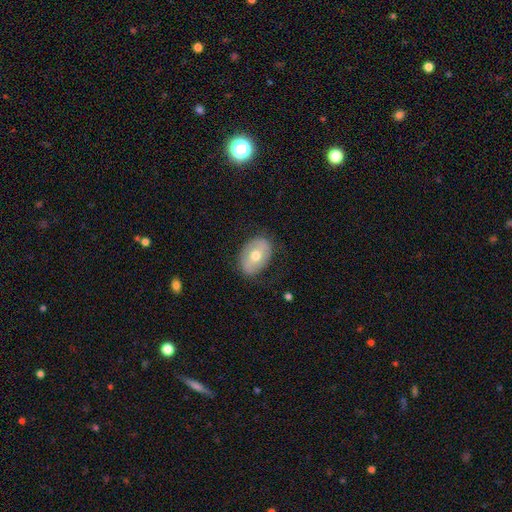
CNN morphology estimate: Overall: smooth (51%; featured or disk 43%). How rounded: in between (80%). Merging: none (77%).